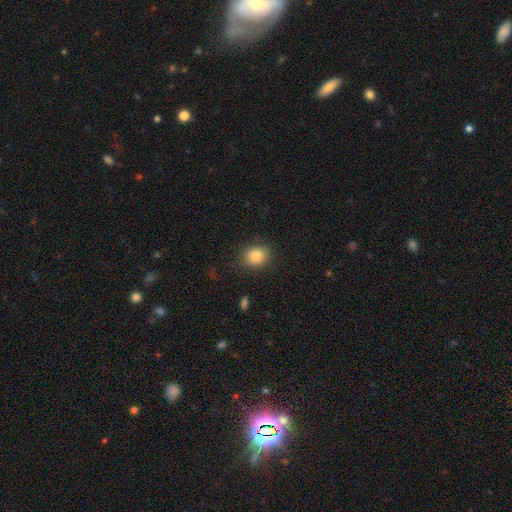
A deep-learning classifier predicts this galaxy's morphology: Smooth or featured?
  - smooth: 85% *
  - star or artifact: 9%
  - featured or disk: 6%
How rounded?
  - round: 60% *
  - in between: 39%
  - cigar-shaped: 1%
Merging?
  - none: 82% *
  - minor disturbance: 13%
  - major disturbance: 4%
  - merger: 1%